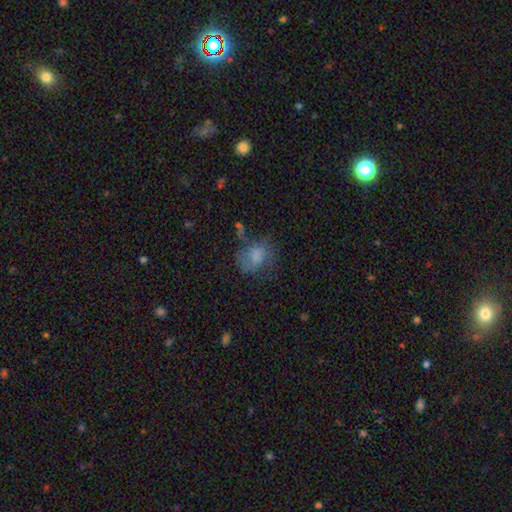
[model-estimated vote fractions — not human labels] Smooth or featured?
  - smooth: 67% *
  - featured or disk: 20%
  - star or artifact: 13%
How rounded?
  - in between: 57% *
  - round: 42%
  - cigar-shaped: 1%
Merging?
  - none: 44% *
  - minor disturbance: 25%
  - major disturbance: 24%
  - merger: 7%